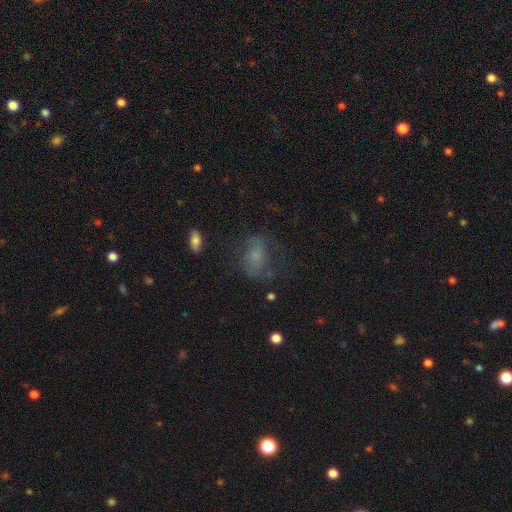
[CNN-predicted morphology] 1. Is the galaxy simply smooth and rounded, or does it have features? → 48% smooth, 34% featured or disk, 18% star or artifact.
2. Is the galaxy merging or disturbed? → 49% none, 25% major disturbance, 23% minor disturbance, 3% merger.